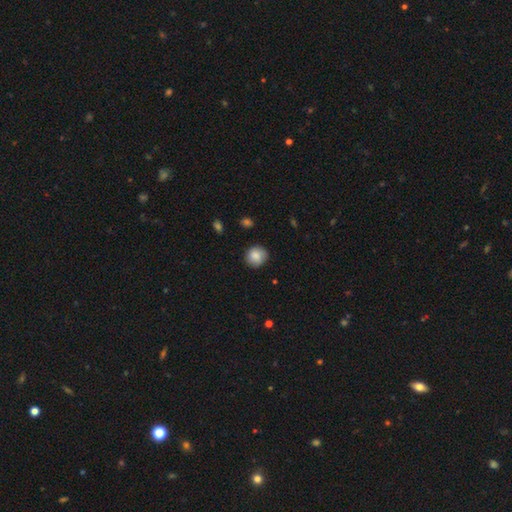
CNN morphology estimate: A smooth galaxy with no disk features (85%) that is round (88%).

Vote fractions:
- Smooth or featured? smooth: 85% / star or artifact: 8% / featured or disk: 7%
- How rounded? round: 88% / in between: 11% / cigar-shaped: 1%
- Merging? none: 84% / minor disturbance: 12% / major disturbance: 2% / merger: 1%